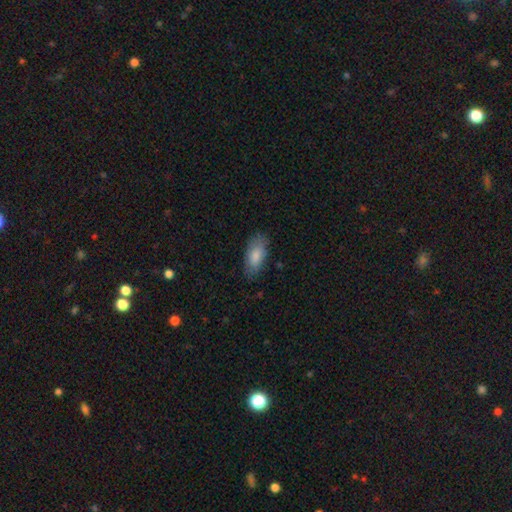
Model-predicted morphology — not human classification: This is clearly a smooth galaxy (84%). How rounded: clearly in between (87%). Merging: likely none (79%).